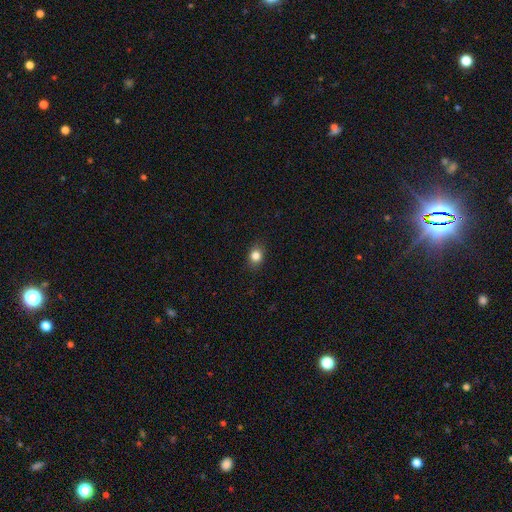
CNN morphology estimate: This appears to be a smooth galaxy with no disk features (82%) that is round (53%). Merging: none (87%).